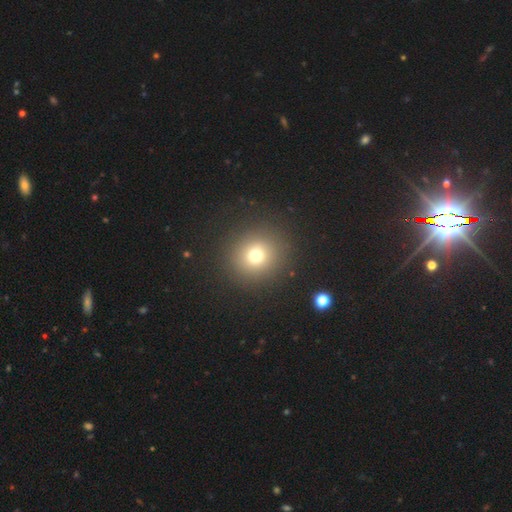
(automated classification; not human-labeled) Smooth or featured? smooth (72%)
How rounded? round (89%)
Merging? none (89%)